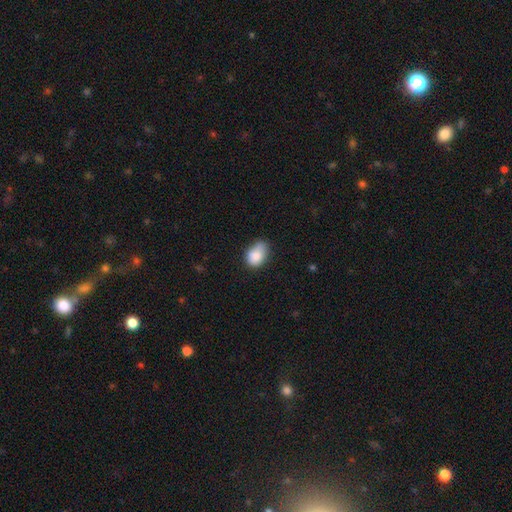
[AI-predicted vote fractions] Morphology: type=smooth (83%); roundness=in between (74%); merging=none (46%).